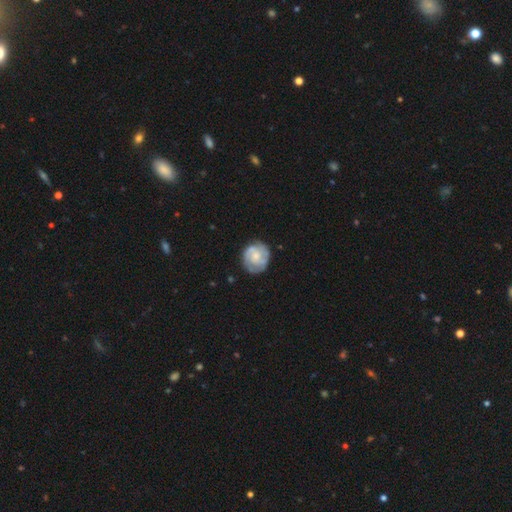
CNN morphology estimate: Overall: featured or disk (68%). Edge-on disk: no (98%). Bar: no (69%). Spiral arms: yes (88%). Spiral arm count: 2 (41%; can't tell 25%). Spiral winding: tight (57%; medium 33%). Bulge size: small (44%; moderate 40%). Merging: none (75%).